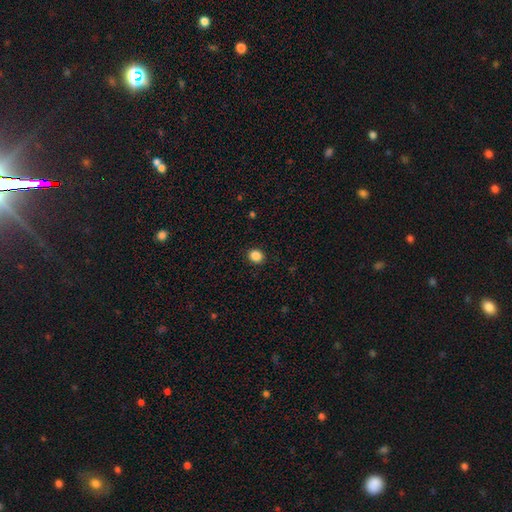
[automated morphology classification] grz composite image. It shows a smooth galaxy with no disk features (87%) that is round (70%). Merging: none (91%).